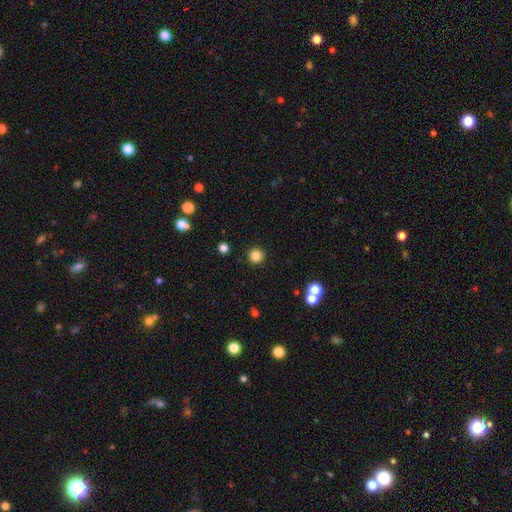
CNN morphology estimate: type=smooth (84%); roundness=round (96%); merging=none (92%).